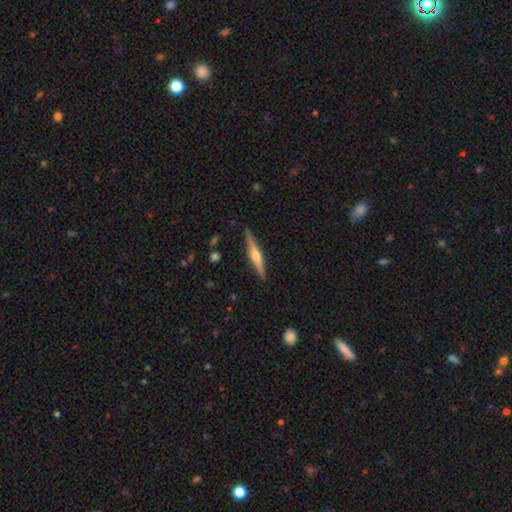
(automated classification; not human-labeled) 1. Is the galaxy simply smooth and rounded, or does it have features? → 68% featured or disk, 27% smooth, 6% star or artifact.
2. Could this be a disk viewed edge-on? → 98% yes, 2% no.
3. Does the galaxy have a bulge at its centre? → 88% rounded, 6% boxy, 6% none.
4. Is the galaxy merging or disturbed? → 90% none, 7% minor disturbance, 2% major disturbance, 1% merger.